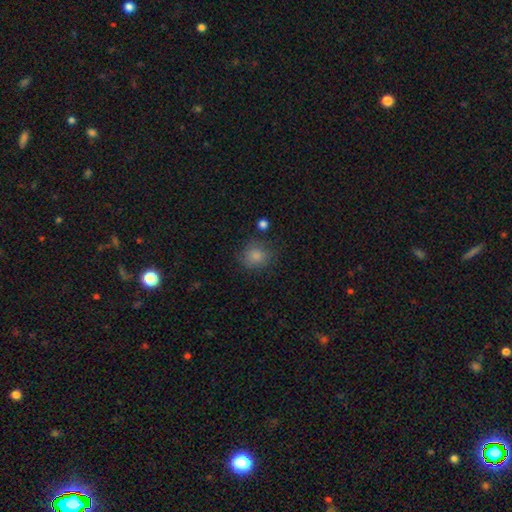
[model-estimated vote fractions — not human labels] Smooth or featured?
  - smooth: 84% *
  - star or artifact: 10%
  - featured or disk: 6%
How rounded?
  - round: 81% *
  - in between: 18%
  - cigar-shaped: 1%
Merging?
  - none: 76% *
  - minor disturbance: 15%
  - major disturbance: 5%
  - merger: 4%